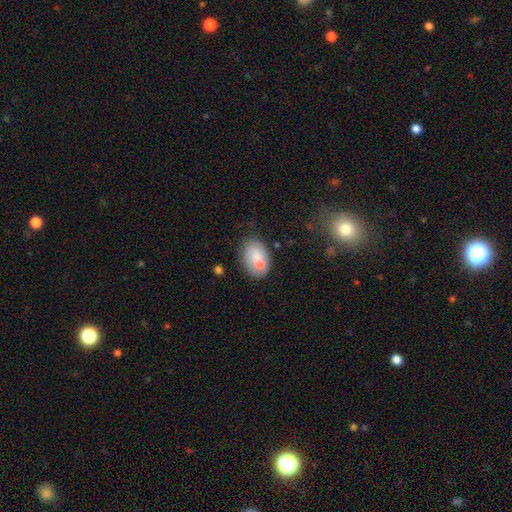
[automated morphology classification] type=smooth (71%); roundness=in between (83%); merging=none (50%).